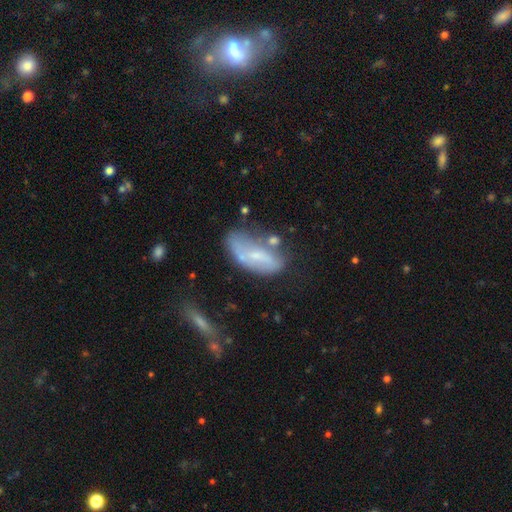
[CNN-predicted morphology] Smooth or featured?
  - featured or disk: 50% *
  - smooth: 41%
  - star or artifact: 9%
Merging?
  - none: 38% *
  - minor disturbance: 28%
  - major disturbance: 19%
  - merger: 15%